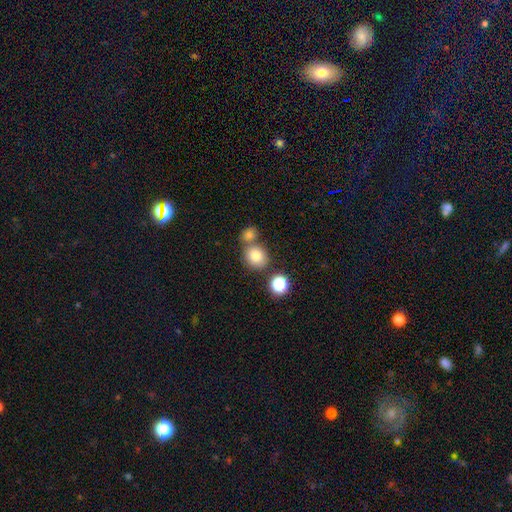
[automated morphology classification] Smooth or featured?
  - smooth: 79% *
  - star or artifact: 12%
  - featured or disk: 9%
How rounded?
  - round: 79% *
  - in between: 20%
  - cigar-shaped: 1%
Merging?
  - none: 60% *
  - merger: 27%
  - minor disturbance: 10%
  - major disturbance: 3%